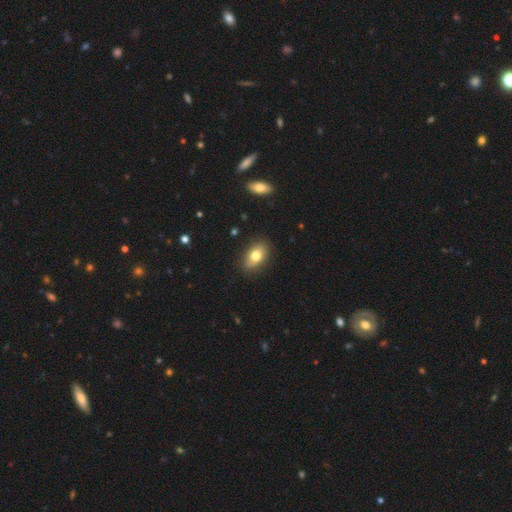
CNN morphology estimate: This is likely a smooth galaxy (76%). How rounded: clearly in between (87%). Merging: clearly none (83%).